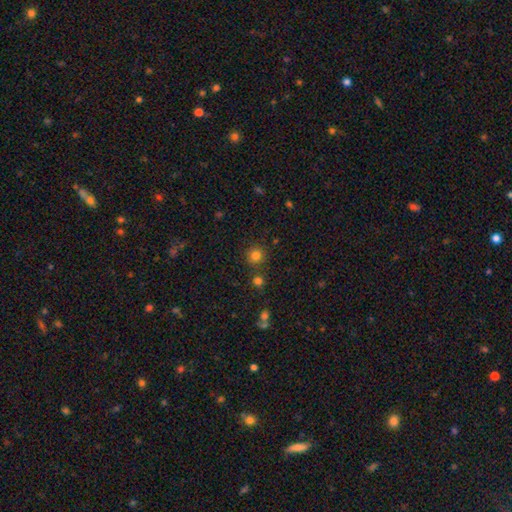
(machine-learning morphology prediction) smooth 80%, star or artifact 15%, featured or disk 5%. Down the decision tree: how rounded — round (93%); merging — none (82%).